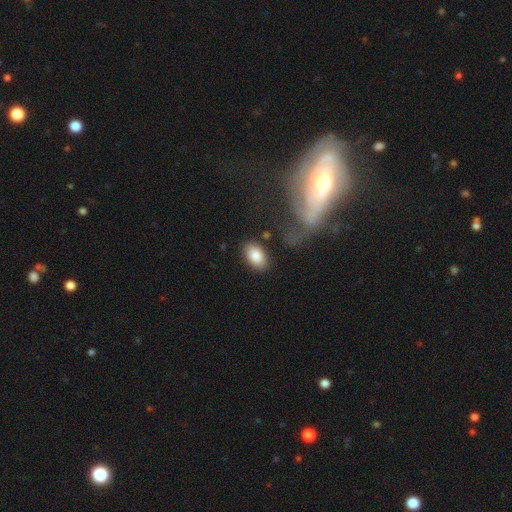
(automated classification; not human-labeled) A smooth galaxy with no disk features (86%) that is in between round and cigar-shaped (91%). Merging: none (82%).